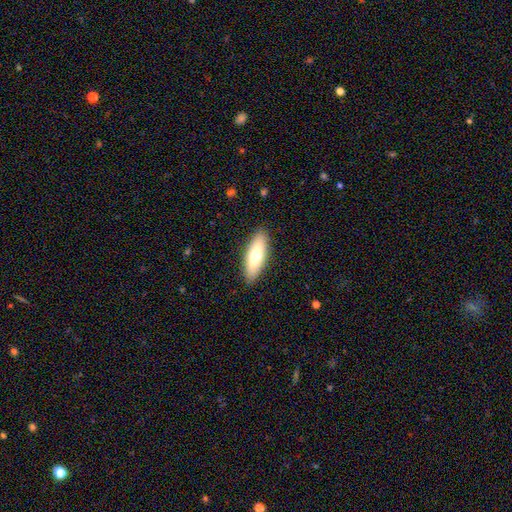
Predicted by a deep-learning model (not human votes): This appears to be a smooth galaxy with no disk features (69%) that is in between round and cigar-shaped (58%). Merging: none (89%).